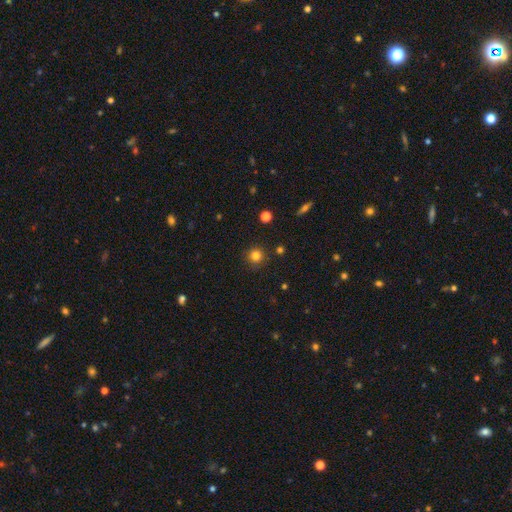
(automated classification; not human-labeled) This appears to be a smooth galaxy with no disk features (81%) that is round (95%). Merging: none (90%).